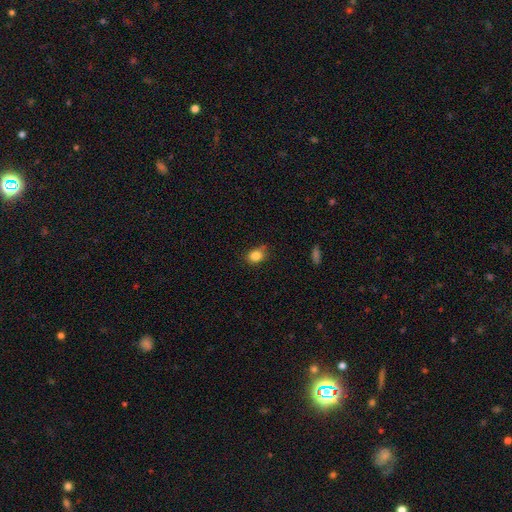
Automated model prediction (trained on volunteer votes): smooth 84%, star or artifact 10%, featured or disk 6%. Down the decision tree: how rounded — in between (56%); merging — none (65%).